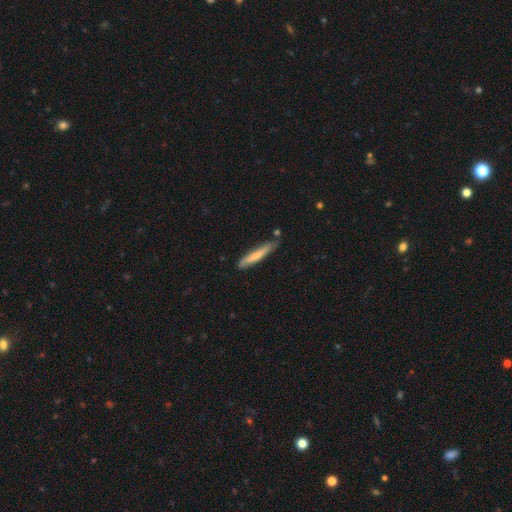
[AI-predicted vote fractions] Smooth or featured? Predicted: smooth (p=0.68). How rounded? Predicted: cigar-shaped (p=0.92). Merging? Predicted: none (p=0.73).